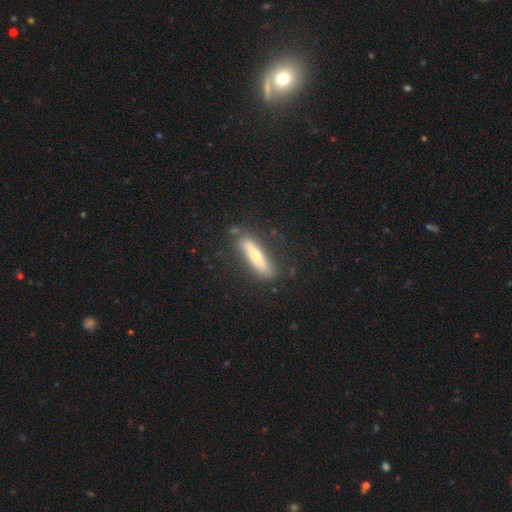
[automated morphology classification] Overall: smooth (56%; featured or disk 37%). How rounded: cigar-shaped (78%). Merging: none (78%).